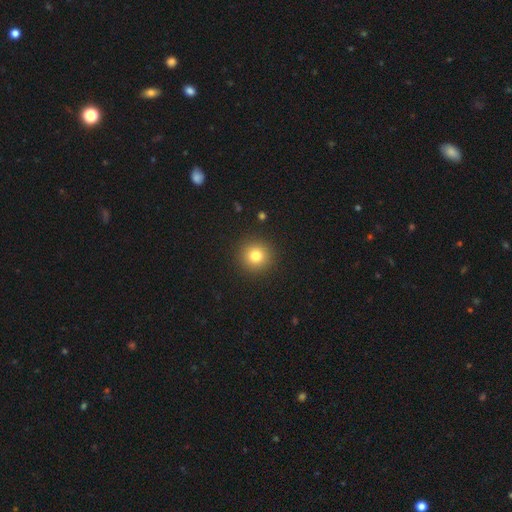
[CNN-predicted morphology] A smooth galaxy with no disk features (79%) that is round (95%). Merging: none (92%).